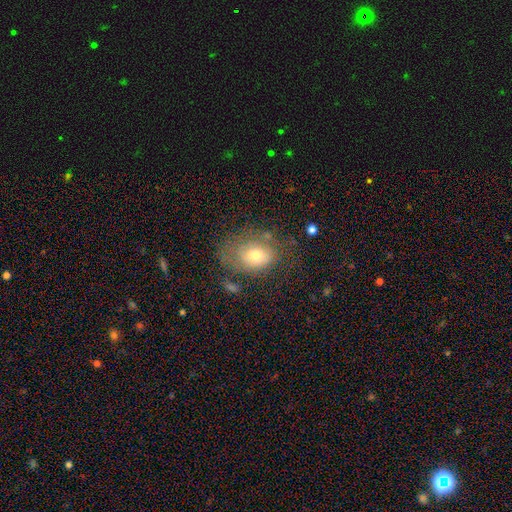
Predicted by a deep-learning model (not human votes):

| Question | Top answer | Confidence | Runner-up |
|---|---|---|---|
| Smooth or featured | smooth | 57% | featured or disk (32%) |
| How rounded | in between | 69% | round (30%) |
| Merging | none | 54% | minor disturbance (25%) |